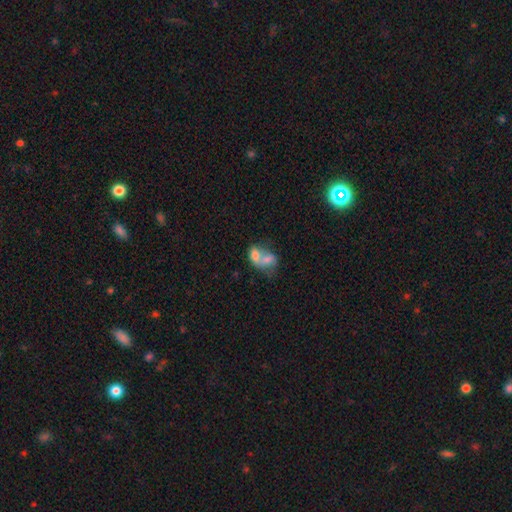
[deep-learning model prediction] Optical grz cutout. It shows a smooth galaxy with no disk features (67%) that is in between round and cigar-shaped (75%). Merging: merger (75%).